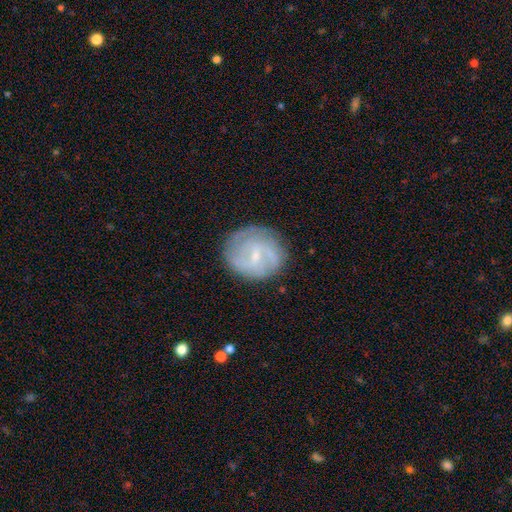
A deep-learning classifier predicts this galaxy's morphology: smooth-or-featured: featured or disk: 68% | smooth: 25% | star or artifact: 7%
  disk-edge-on: no: 97% | yes: 3%
    bar: weak: 60% | no: 22% | strong: 18%
    has-spiral-arms: yes: 83% | no: 17%
      spiral-winding: tight: 41% | medium: 38% | loose: 21%
      spiral-arm-count: 2: 42% | can't tell: 35% | 3: 11% | 1: 5% | 4: 4% | more than 4: 3%
    bulge-size: small: 69% | moderate: 19% | none: 10% | large: 1% | dominant: 1%
  merging: none: 76% | minor disturbance: 16% | major disturbance: 7% | merger: 1%